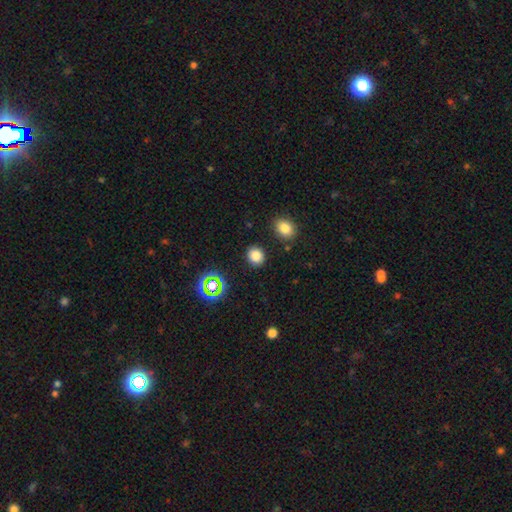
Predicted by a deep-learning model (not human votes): Smooth or featured? smooth (80%)
How rounded? round (71%)
Merging? none (86%)